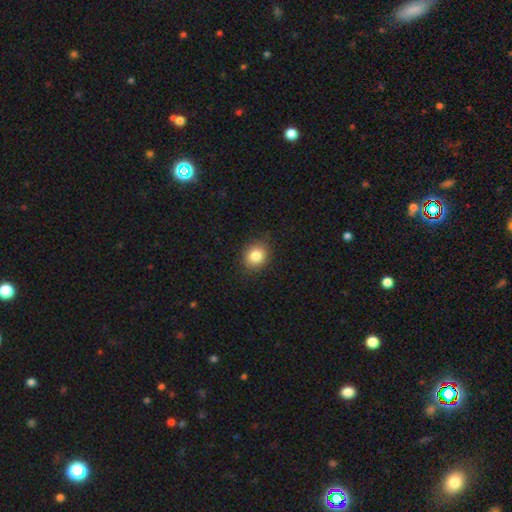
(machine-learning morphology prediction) smooth-or-featured: smooth: 84% | star or artifact: 10% | featured or disk: 6%
  how-rounded: round: 63% | in between: 36% | cigar-shaped: 1%
  merging: none: 87% | minor disturbance: 10% | major disturbance: 2% | merger: 1%